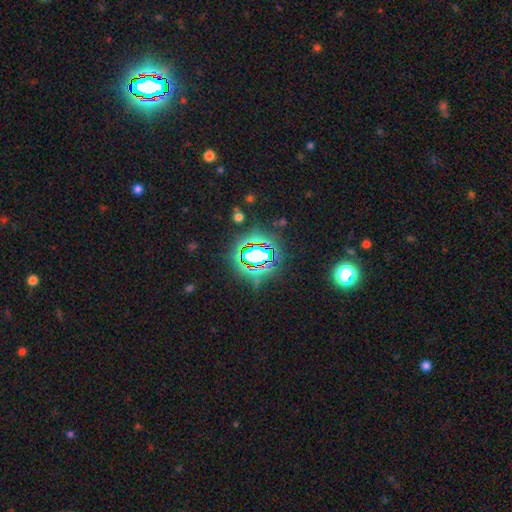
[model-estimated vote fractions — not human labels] smooth_or_featured: star or artifact (p=0.70) [alt: smooth p=0.19]